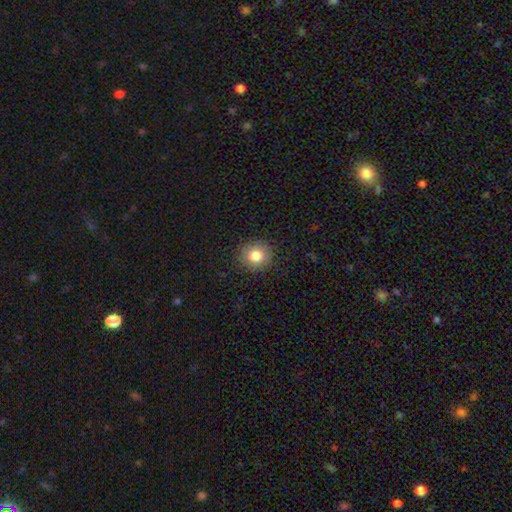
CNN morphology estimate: A smooth galaxy with no disk features (82%) that is round (84%). Merging: none (88%).